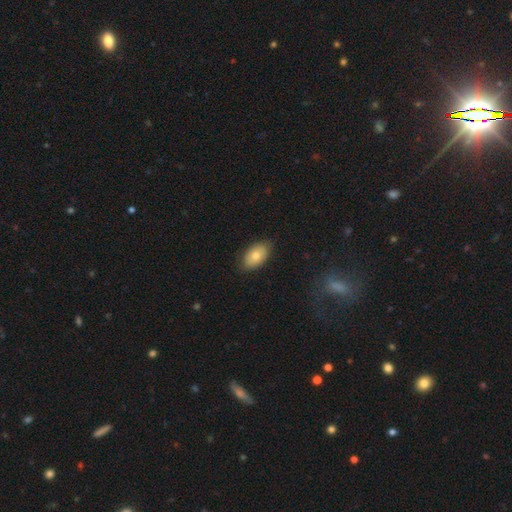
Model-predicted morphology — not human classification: smooth 78%, featured or disk 15%, star or artifact 7%. Down the decision tree: how rounded — in between (93%); merging — none (82%).